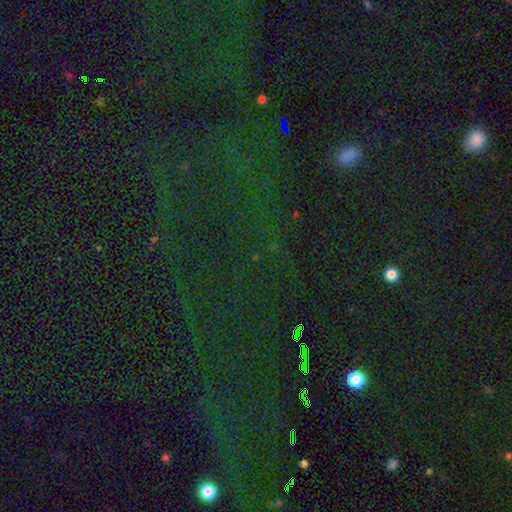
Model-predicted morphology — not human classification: smooth_or_featured: star or artifact (p=0.82) [alt: smooth p=0.11]